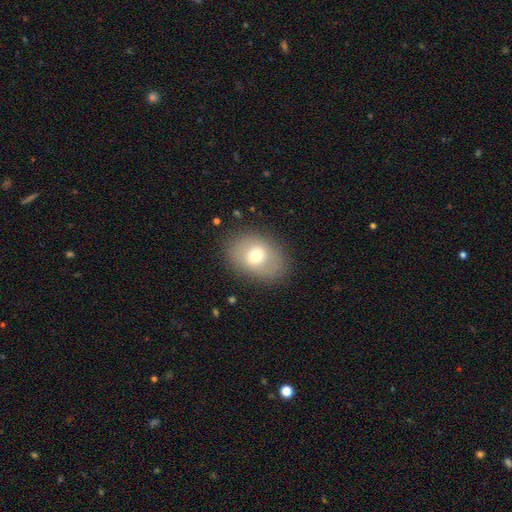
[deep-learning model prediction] Q: Smooth or featured?
A: smooth (67%); runner-up: featured or disk (24%)
Q: How rounded?
A: in between (68%); runner-up: round (31%)
Q: Merging?
A: none (82%); runner-up: minor disturbance (12%)